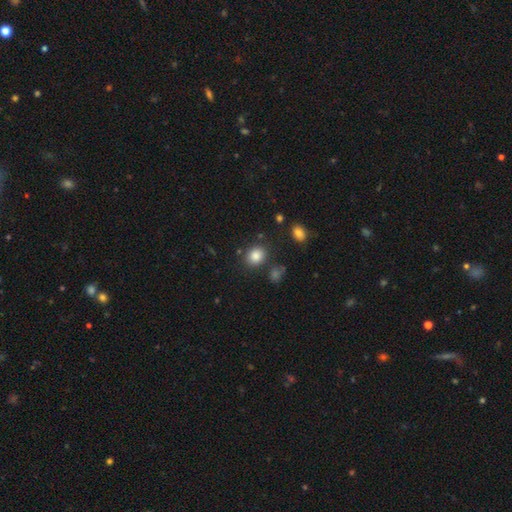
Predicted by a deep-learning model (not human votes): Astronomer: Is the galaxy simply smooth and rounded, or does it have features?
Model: smooth — 85%.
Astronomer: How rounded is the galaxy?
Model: round — 58% (runner-up: in between, 41%).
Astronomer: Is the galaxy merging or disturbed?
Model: none — 81%.